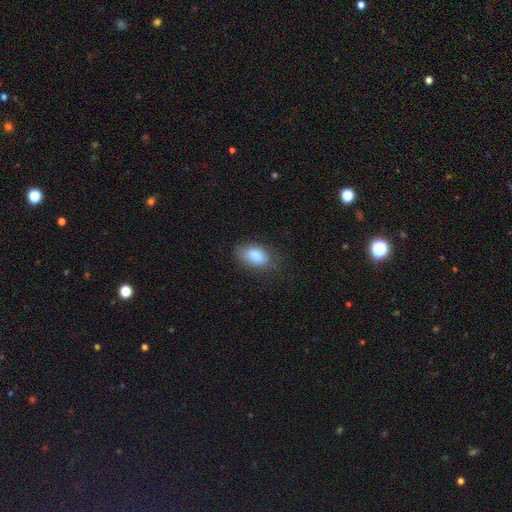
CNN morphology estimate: Q: Smooth or featured?
A: smooth (84%); runner-up: featured or disk (8%)
Q: How rounded?
A: in between (91%); runner-up: round (6%)
Q: Merging?
A: none (69%); runner-up: minor disturbance (22%)